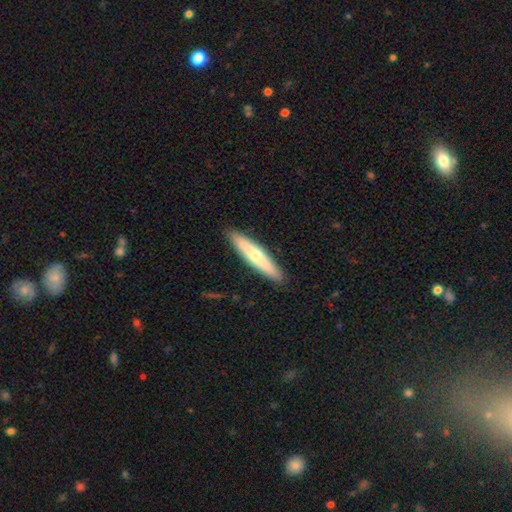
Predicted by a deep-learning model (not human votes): Smooth or featured?
  - smooth: 59% *
  - featured or disk: 35%
  - star or artifact: 5%
How rounded?
  - cigar-shaped: 85% *
  - in between: 14%
  - round: 1%
Merging?
  - none: 90% *
  - minor disturbance: 8%
  - major disturbance: 2%
  - merger: 1%